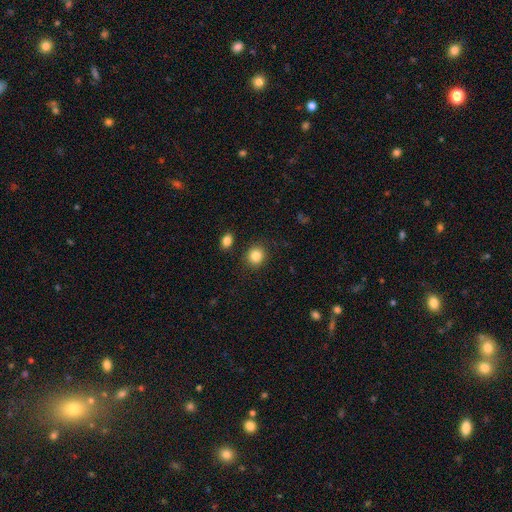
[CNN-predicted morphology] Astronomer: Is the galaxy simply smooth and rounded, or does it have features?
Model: smooth — 85%.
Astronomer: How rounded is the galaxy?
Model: round — 82%.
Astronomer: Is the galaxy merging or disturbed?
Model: none — 88%.